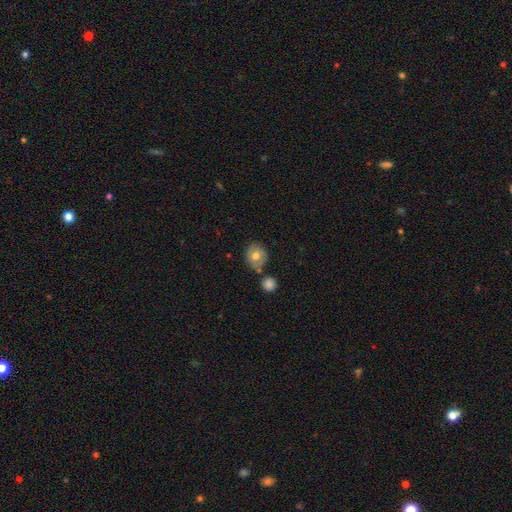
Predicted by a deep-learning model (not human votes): A smooth galaxy with no disk features (70%) that is round (77%). Merging: none (74%).